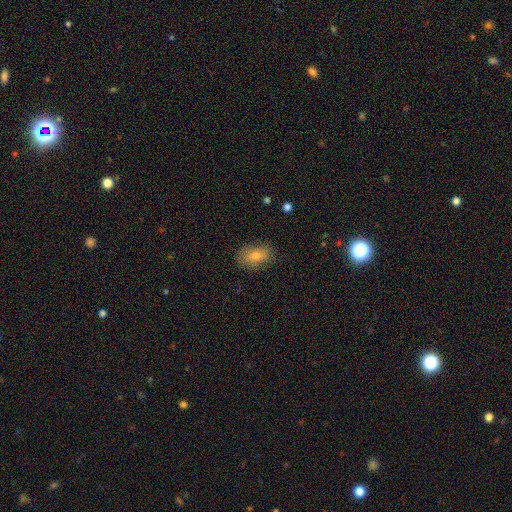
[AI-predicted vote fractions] smooth-or-featured: smooth: 72% | featured or disk: 17% | star or artifact: 11%
  how-rounded: in between: 85% | round: 13% | cigar-shaped: 2%
  merging: none: 82% | minor disturbance: 14% | major disturbance: 3% | merger: 1%